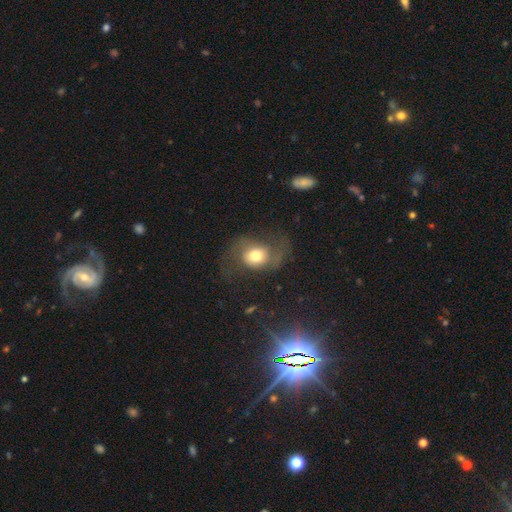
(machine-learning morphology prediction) This is possibly a smooth galaxy (49%). Merging: marginally none (42%).